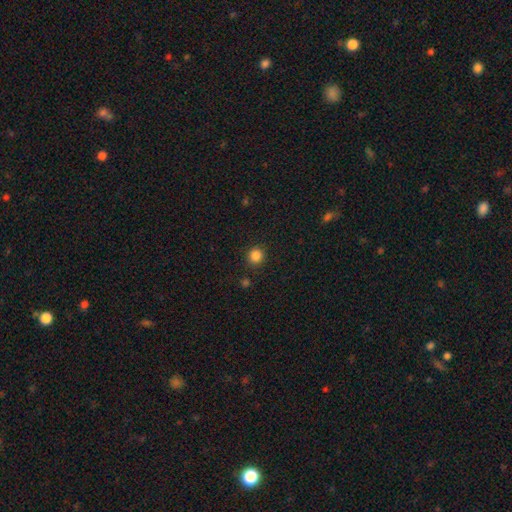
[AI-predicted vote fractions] A smooth galaxy with no disk features (85%) that is round (91%).

Vote fractions:
- Smooth or featured? smooth: 85% / star or artifact: 12% / featured or disk: 3%
- How rounded? round: 91% / in between: 8% / cigar-shaped: 1%
- Merging? none: 90% / minor disturbance: 6% / major disturbance: 2% / merger: 2%